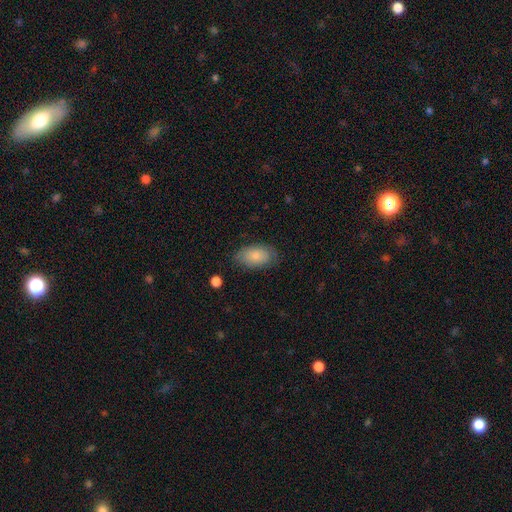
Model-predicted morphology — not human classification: Overall: smooth (82%). How rounded: in between (92%). Merging: none (77%).